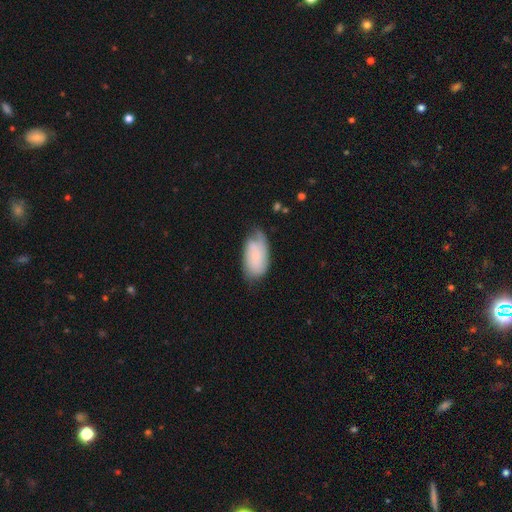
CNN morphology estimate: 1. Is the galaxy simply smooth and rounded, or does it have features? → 65% smooth, 28% featured or disk, 7% star or artifact.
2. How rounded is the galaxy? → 94% in between, 3% cigar-shaped, 3% round.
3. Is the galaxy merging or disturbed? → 52% none, 35% minor disturbance, 10% major disturbance, 2% merger.